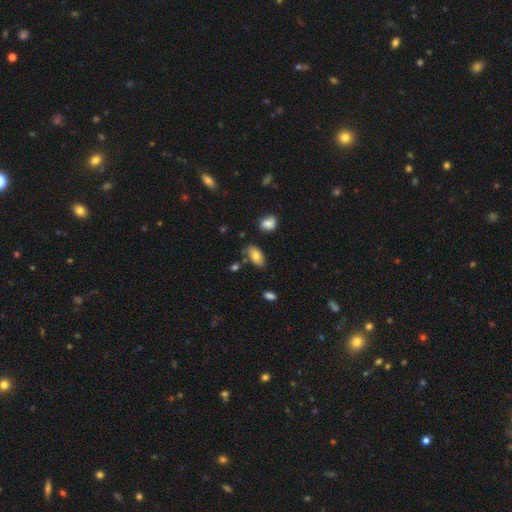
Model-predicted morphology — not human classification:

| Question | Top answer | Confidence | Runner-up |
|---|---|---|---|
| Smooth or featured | smooth | 78% | featured or disk (15%) |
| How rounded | in between | 93% | cigar-shaped (4%) |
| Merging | none | 74% | minor disturbance (18%) |